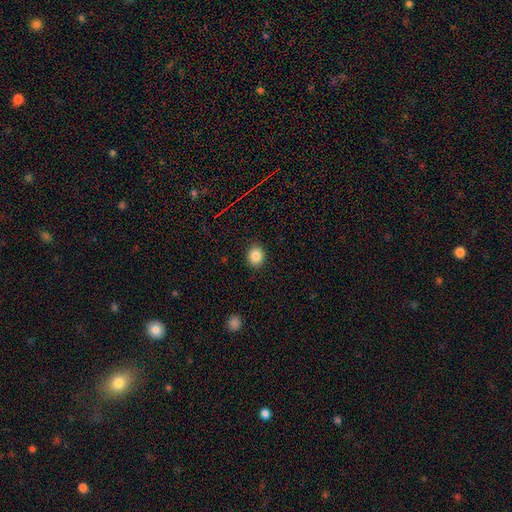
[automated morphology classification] A smooth galaxy with no disk features (83%) that is round (72%). Merging: none (90%).